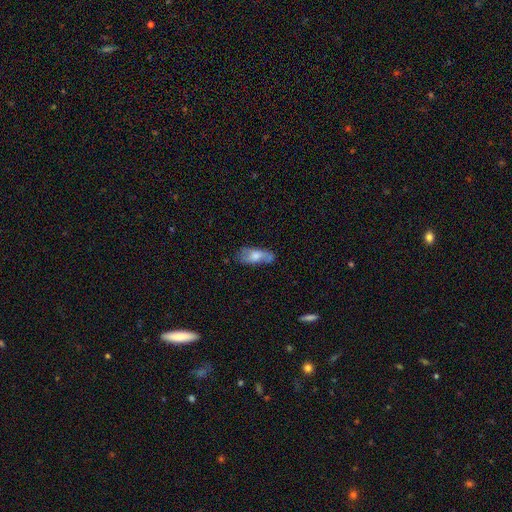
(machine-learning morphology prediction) Q: Smooth or featured?
A: smooth (58%); runner-up: featured or disk (35%)
Q: How rounded?
A: in between (76%); runner-up: cigar-shaped (21%)
Q: Merging?
A: none (53%); runner-up: minor disturbance (30%)